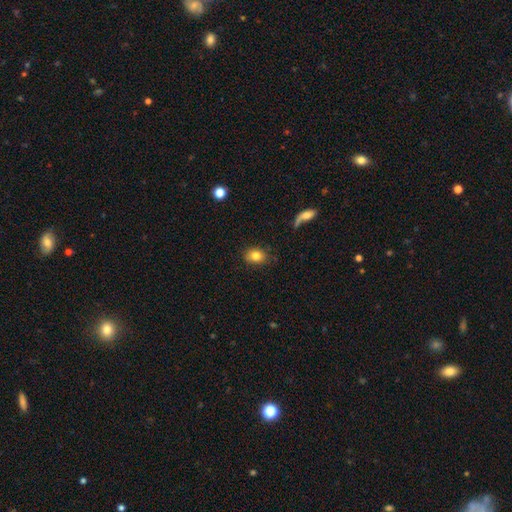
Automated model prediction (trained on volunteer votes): This is clearly a smooth galaxy (82%). How rounded: possibly in between (60%). Merging: clearly none (81%).